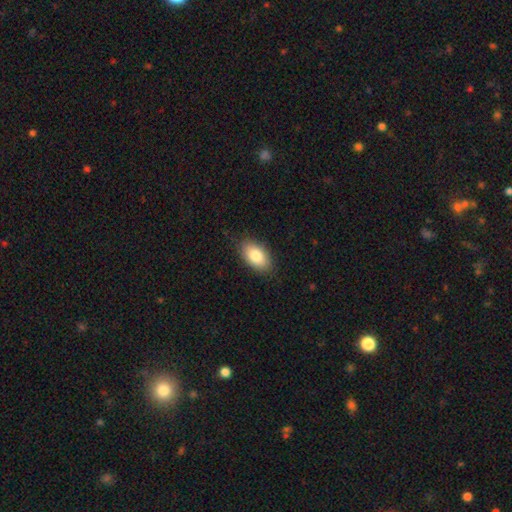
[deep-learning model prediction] This is clearly a smooth galaxy (84%). How rounded: clearly in between (94%). Merging: clearly none (85%).